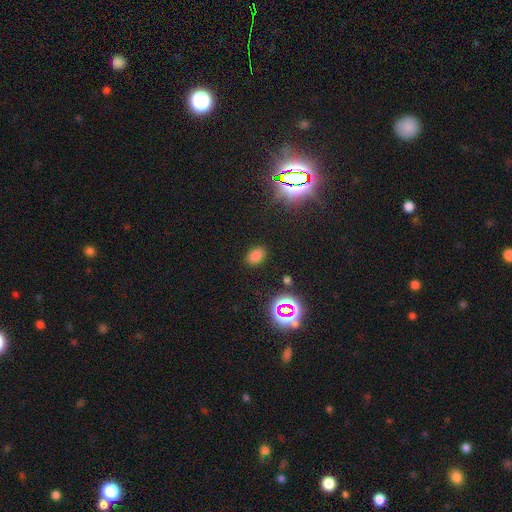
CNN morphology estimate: smooth-or-featured: smooth: 72% | star or artifact: 22% | featured or disk: 6%
  how-rounded: in between: 81% | round: 18% | cigar-shaped: 1%
  merging: none: 87% | minor disturbance: 9% | major disturbance: 3% | merger: 2%